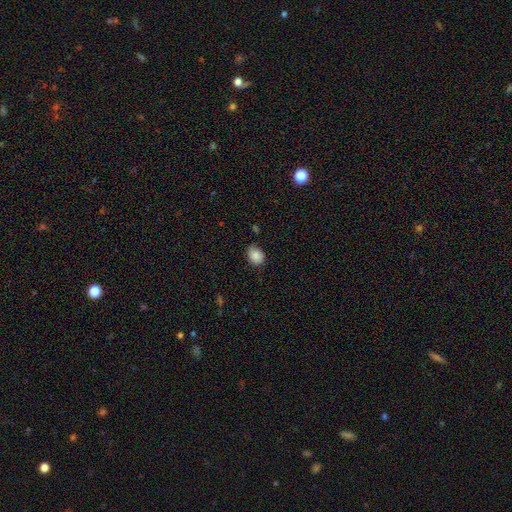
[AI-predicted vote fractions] Q: Smooth or featured?
A: smooth (87%); runner-up: star or artifact (8%)
Q: How rounded?
A: in between (64%); runner-up: round (35%)
Q: Merging?
A: none (75%); runner-up: minor disturbance (20%)